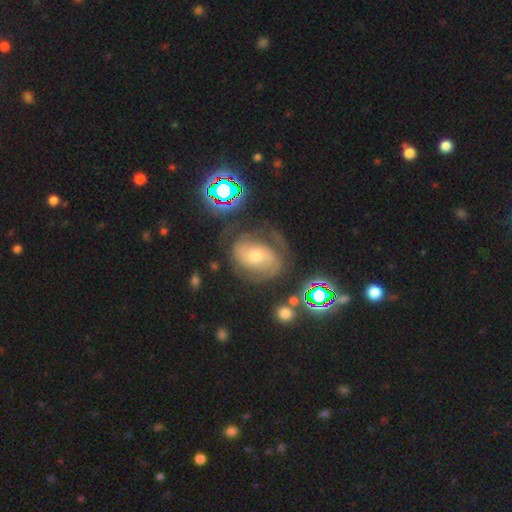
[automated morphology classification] smooth_or_featured: featured or disk (p=0.72) [alt: smooth p=0.16]
disk_edge_on: no (p=0.97) [alt: yes p=0.03]
bar: no (p=0.58) [alt: weak p=0.32]
has_spiral_arms: yes (p=0.89) [alt: no p=0.11]
spiral_winding: tight (p=0.48) [alt: medium p=0.39]
spiral_arm_count: 2 (p=0.62) [alt: can't tell p=0.21]
bulge_size: moderate (p=0.62) [alt: small p=0.28]
merging: none (p=0.59) [alt: minor disturbance p=0.21]